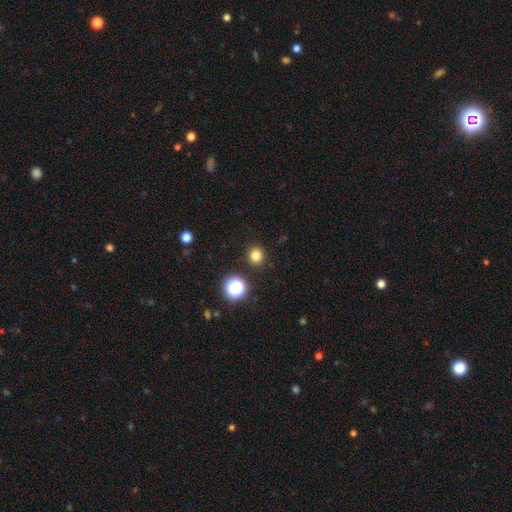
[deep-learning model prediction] Overall: smooth (80%). How rounded: round (88%). Merging: none (91%).